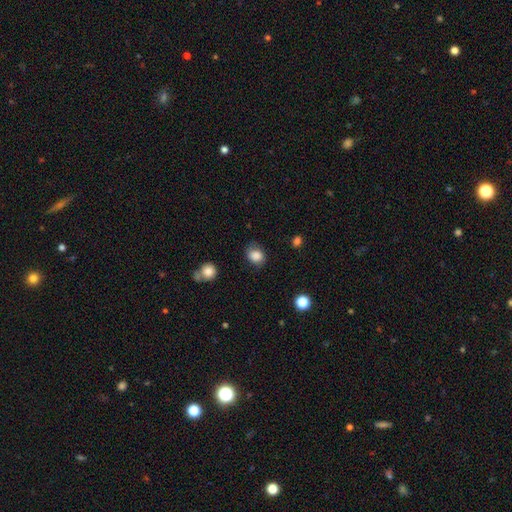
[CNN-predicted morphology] smooth_or_featured: smooth (p=0.85) [alt: star or artifact p=0.09]
how_rounded: round (p=0.58) [alt: in between p=0.41]
merging: none (p=0.70) [alt: minor disturbance p=0.22]